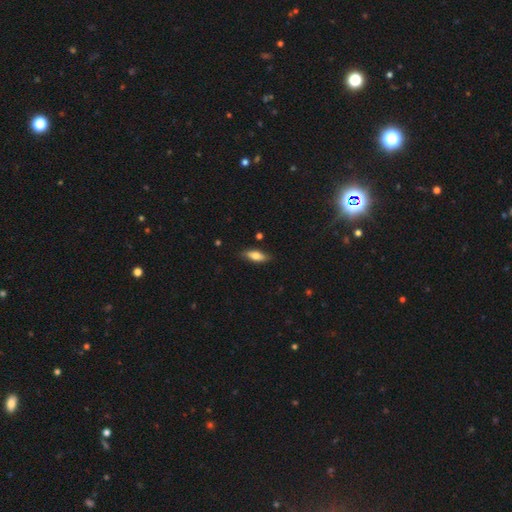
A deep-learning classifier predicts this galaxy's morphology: Smooth or featured?
  - smooth: 71% *
  - featured or disk: 22%
  - star or artifact: 6%
How rounded?
  - in between: 71% *
  - cigar-shaped: 27%
  - round: 3%
Merging?
  - none: 82% *
  - minor disturbance: 14%
  - major disturbance: 2%
  - merger: 1%